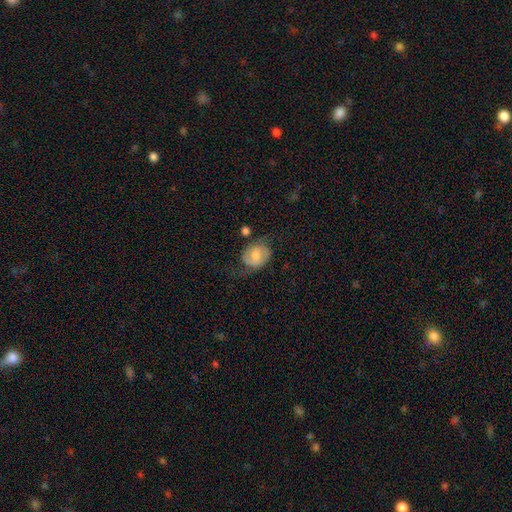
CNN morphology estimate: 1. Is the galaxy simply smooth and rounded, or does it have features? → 52% smooth, 40% featured or disk, 8% star or artifact.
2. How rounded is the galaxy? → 55% round, 44% in between, 1% cigar-shaped.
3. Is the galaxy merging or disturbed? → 53% none, 27% minor disturbance, 16% major disturbance, 4% merger.